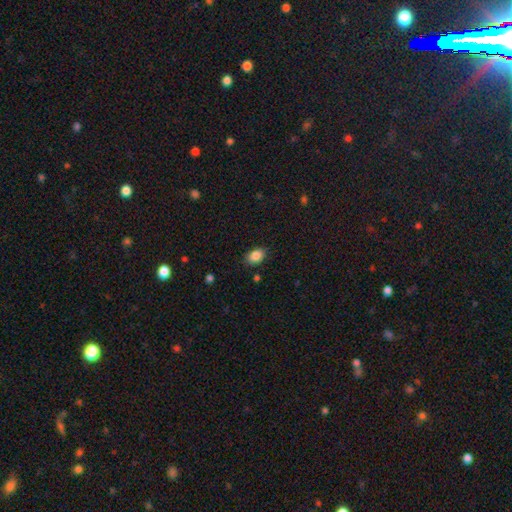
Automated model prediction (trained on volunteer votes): Smooth or featured? Predicted: smooth (p=0.87). How rounded? Predicted: in between (p=0.81). Merging? Predicted: none (p=0.83).